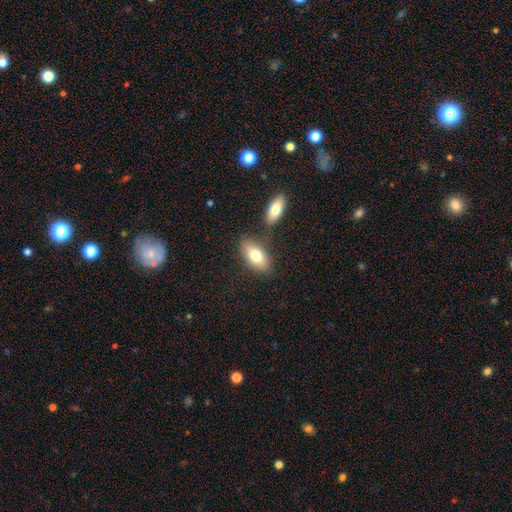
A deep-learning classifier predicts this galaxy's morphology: Smooth or featured? smooth (76%)
How rounded? in between (90%)
Merging? none (71%)